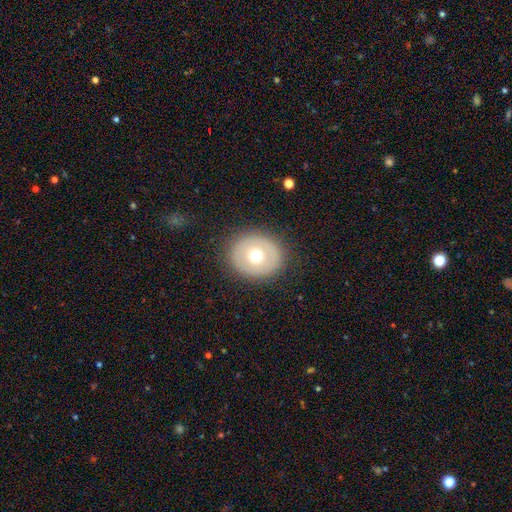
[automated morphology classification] Smooth or featured?
  - smooth: 57% *
  - featured or disk: 33%
  - star or artifact: 10%
How rounded?
  - round: 76% *
  - in between: 23%
  - cigar-shaped: 1%
Merging?
  - none: 86% *
  - minor disturbance: 8%
  - major disturbance: 4%
  - merger: 1%